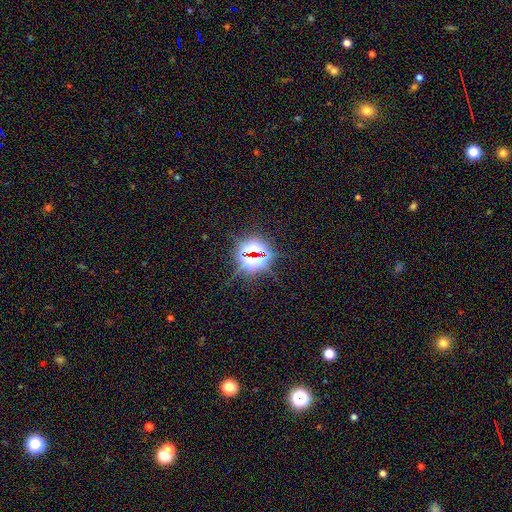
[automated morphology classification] smooth-or-featured: star or artifact: 76% | smooth: 14% | featured or disk: 10%